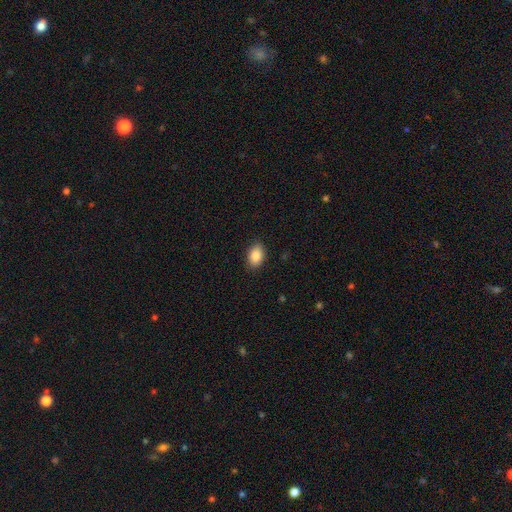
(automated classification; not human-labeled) Smooth or featured? smooth (87%)
How rounded? in between (87%)
Merging? none (88%)